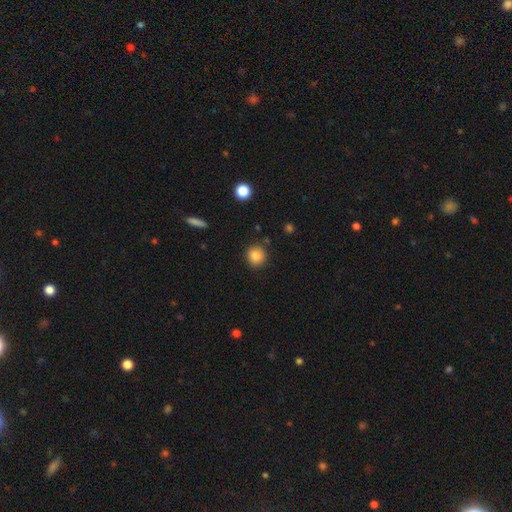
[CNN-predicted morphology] This is clearly a smooth galaxy (85%). How rounded: clearly round (90%). Merging: clearly none (87%).